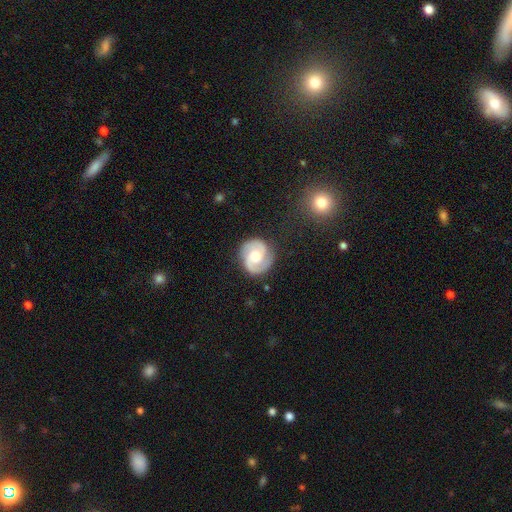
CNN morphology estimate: type=featured or disk (84%); edge-on=no (98%); bar=no (57%); spiral arms=yes (97%); winding=medium (46%); arm count=2 (91%); bulge=moderate (67%); merging=none (85%).